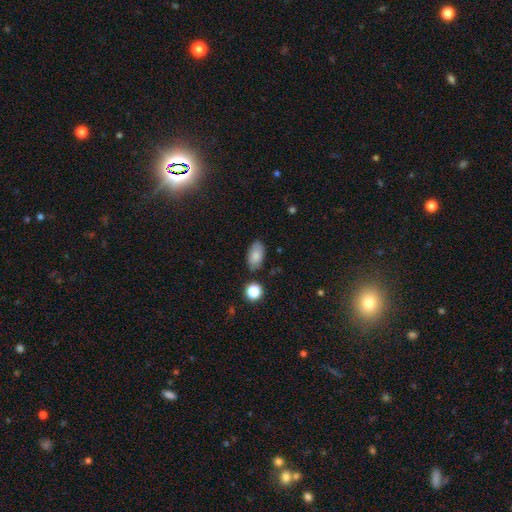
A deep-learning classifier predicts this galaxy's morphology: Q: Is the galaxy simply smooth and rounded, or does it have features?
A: smooth — 82%.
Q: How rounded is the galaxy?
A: in between — 92%.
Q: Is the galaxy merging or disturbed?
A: none — 80%.